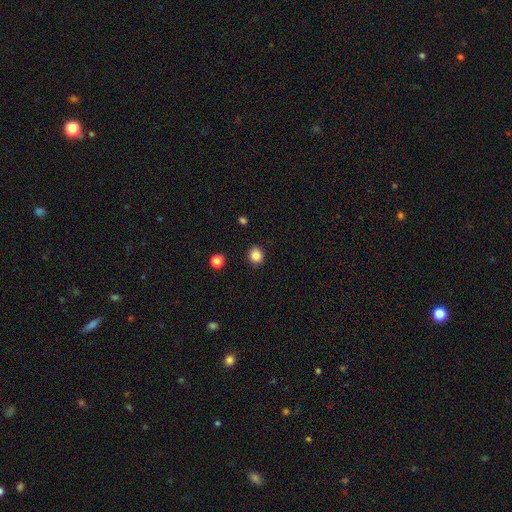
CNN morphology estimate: Smooth or featured? Predicted: smooth (p=0.86). How rounded? Predicted: round (p=0.84). Merging? Predicted: none (p=0.90).